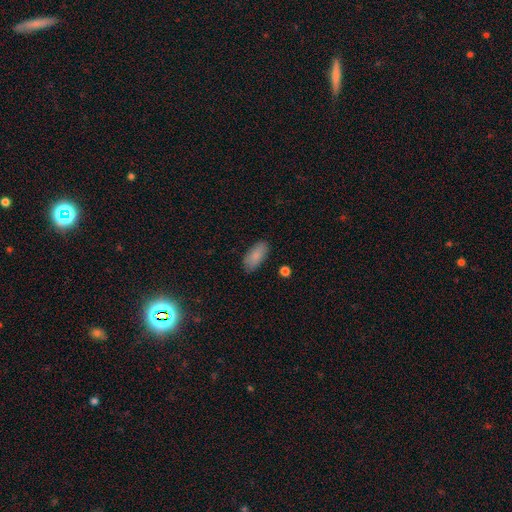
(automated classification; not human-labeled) Smooth or featured?
  - smooth: 87% *
  - featured or disk: 7%
  - star or artifact: 7%
How rounded?
  - in between: 90% *
  - cigar-shaped: 8%
  - round: 2%
Merging?
  - none: 86% *
  - minor disturbance: 10%
  - major disturbance: 2%
  - merger: 1%